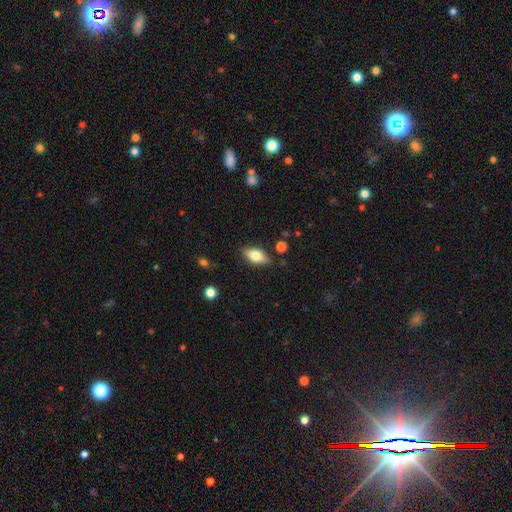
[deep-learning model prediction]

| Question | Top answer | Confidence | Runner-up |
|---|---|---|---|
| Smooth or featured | smooth | 76% | featured or disk (17%) |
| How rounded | in between | 88% | cigar-shaped (8%) |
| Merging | none | 85% | minor disturbance (11%) |